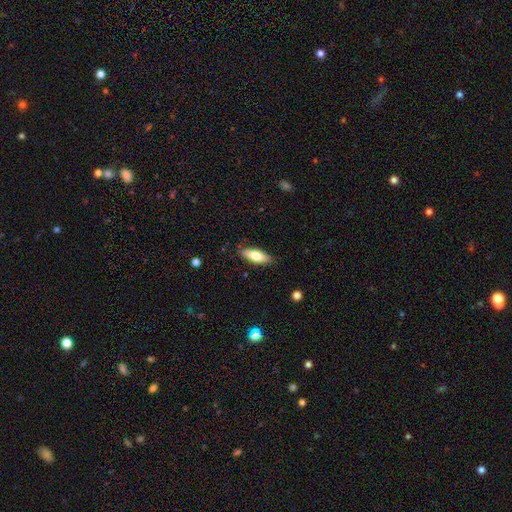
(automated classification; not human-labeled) smooth-or-featured: smooth: 73% | featured or disk: 21% | star or artifact: 6%
  how-rounded: in between: 69% | cigar-shaped: 29% | round: 2%
  merging: none: 84% | minor disturbance: 12% | major disturbance: 2% | merger: 1%